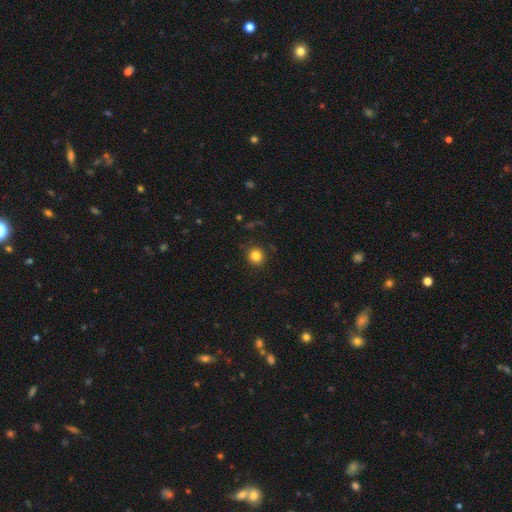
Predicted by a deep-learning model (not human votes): smooth_or_featured: smooth (p=0.83) [alt: star or artifact p=0.12]
how_rounded: round (p=0.91) [alt: in between p=0.08]
merging: none (p=0.88) [alt: minor disturbance p=0.08]